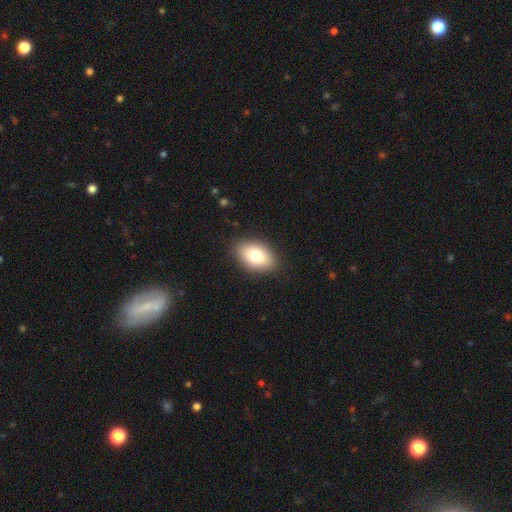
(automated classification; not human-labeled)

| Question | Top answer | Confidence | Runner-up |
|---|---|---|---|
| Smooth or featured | smooth | 78% | featured or disk (14%) |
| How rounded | in between | 88% | round (10%) |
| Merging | none | 87% | minor disturbance (9%) |